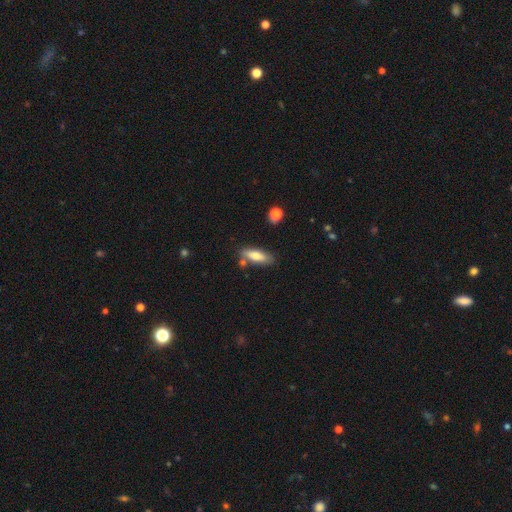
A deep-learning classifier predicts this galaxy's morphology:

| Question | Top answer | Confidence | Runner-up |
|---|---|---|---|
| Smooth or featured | smooth | 70% | featured or disk (24%) |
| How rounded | in between | 58% | cigar-shaped (40%) |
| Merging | none | 72% | minor disturbance (16%) |